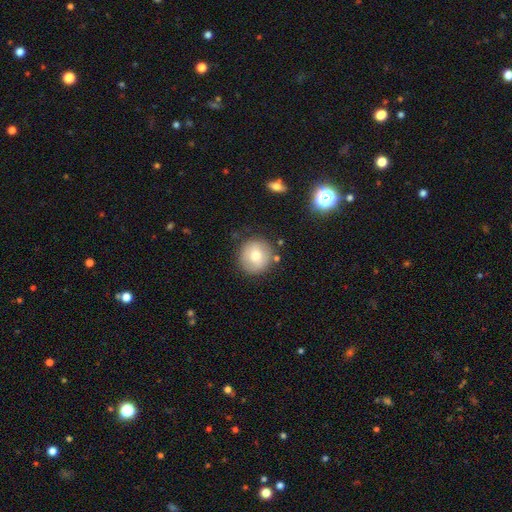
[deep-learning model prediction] This is likely a smooth galaxy (72%). How rounded: clearly round (94%). Merging: clearly none (84%).